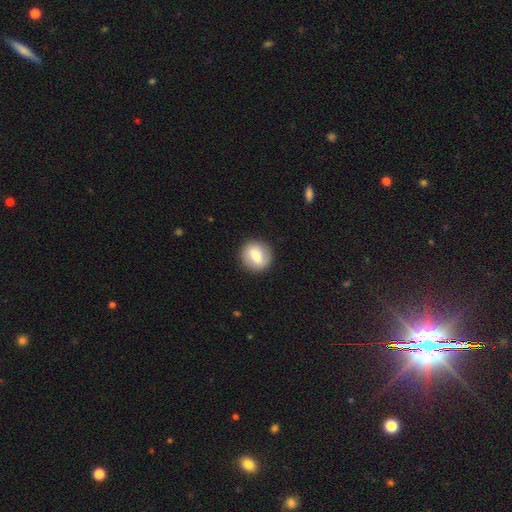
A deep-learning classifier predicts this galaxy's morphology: A smooth galaxy with no disk features (62%) that is round (85%).

Vote fractions:
- Smooth or featured? smooth: 62% / featured or disk: 31% / star or artifact: 7%
- How rounded? round: 85% / in between: 14% / cigar-shaped: 1%
- Merging? none: 88% / minor disturbance: 8% / major disturbance: 3% / merger: 1%